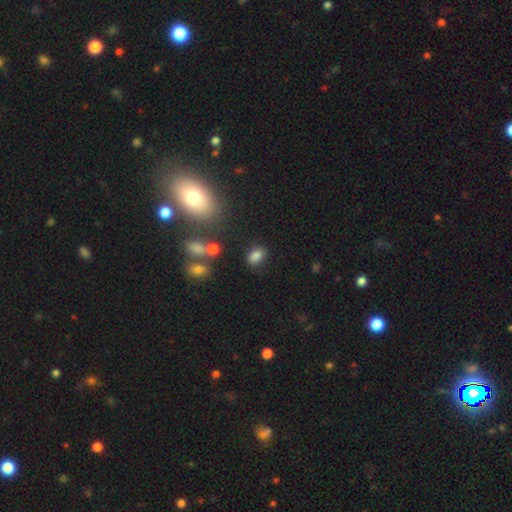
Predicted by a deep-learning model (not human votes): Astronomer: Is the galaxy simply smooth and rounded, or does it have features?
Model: smooth — 81%.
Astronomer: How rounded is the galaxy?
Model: in between — 83%.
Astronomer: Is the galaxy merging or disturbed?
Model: none — 79%.